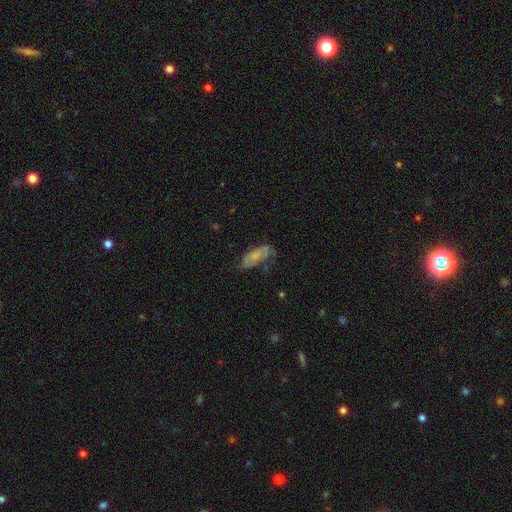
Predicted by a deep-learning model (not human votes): A smooth galaxy with no disk features (58%) that is in between round and cigar-shaped (80%). Merging: none (48%).